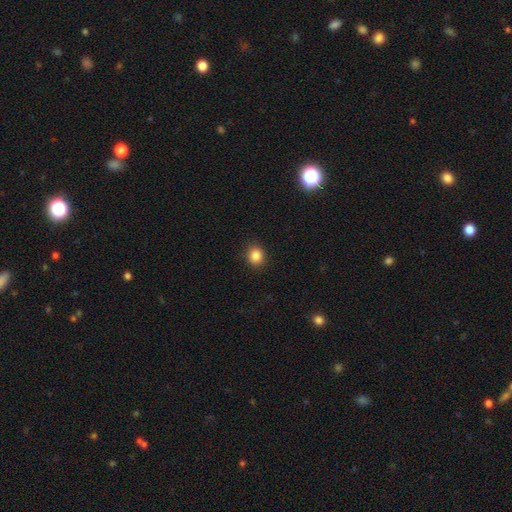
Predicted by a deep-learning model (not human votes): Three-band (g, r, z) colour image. It shows a smooth galaxy with no disk features (85%) that is round (77%). Merging: none (90%).